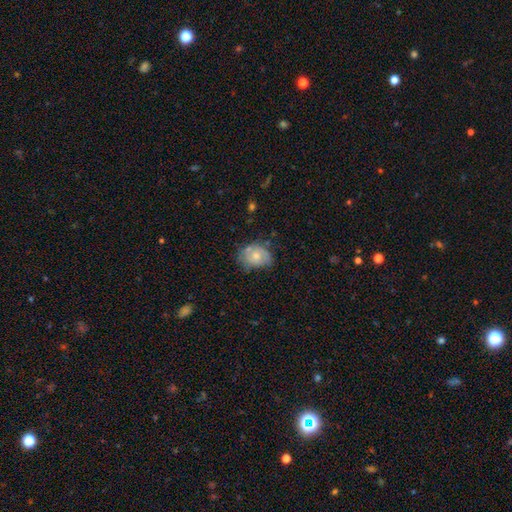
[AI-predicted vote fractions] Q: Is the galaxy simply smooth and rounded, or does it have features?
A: smooth — 59%.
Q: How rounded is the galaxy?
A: in between — 53%.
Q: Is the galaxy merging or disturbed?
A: none — 51%.